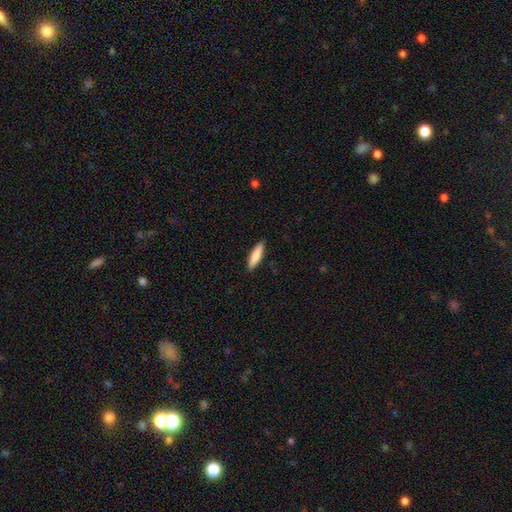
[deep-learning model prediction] Overall: smooth (83%). How rounded: cigar-shaped (70%). Merging: none (88%).